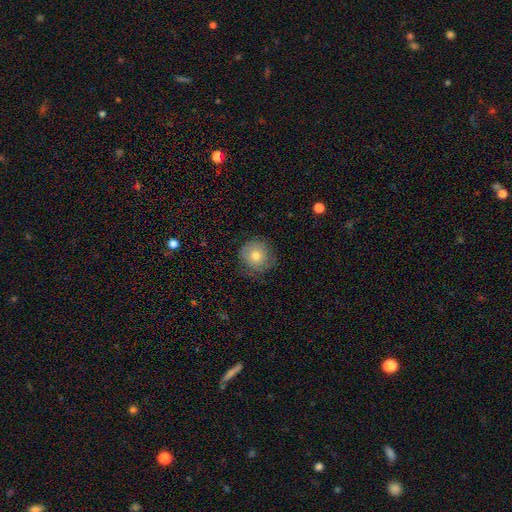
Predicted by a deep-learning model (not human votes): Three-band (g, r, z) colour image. It shows a smooth galaxy with no disk features (64%) that is round (93%). Merging: none (71%).